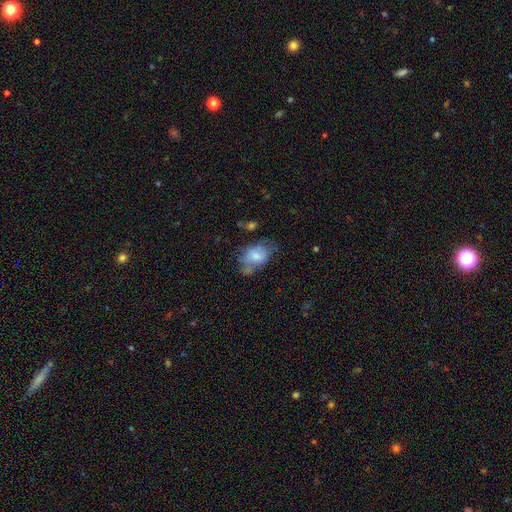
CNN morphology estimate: Smooth or featured?
  - smooth: 64% *
  - featured or disk: 28%
  - star or artifact: 8%
How rounded?
  - in between: 83% *
  - round: 16%
  - cigar-shaped: 1%
Merging?
  - none: 42% *
  - minor disturbance: 33%
  - major disturbance: 19%
  - merger: 6%